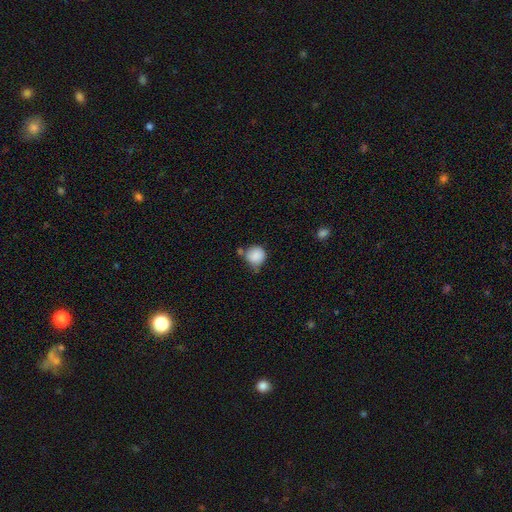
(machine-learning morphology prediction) smooth 87%, star or artifact 8%, featured or disk 5%. Down the decision tree: how rounded — round (88%); merging — none (57%).